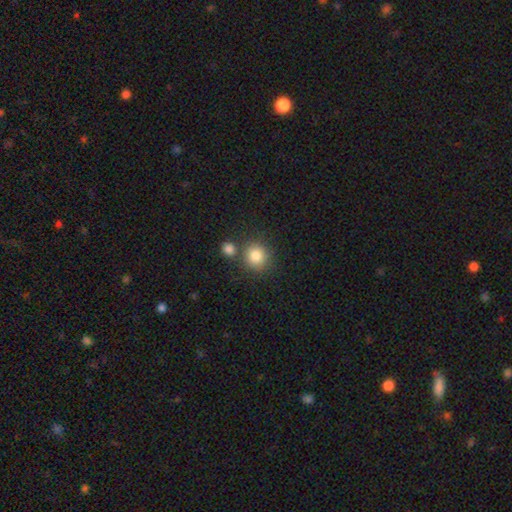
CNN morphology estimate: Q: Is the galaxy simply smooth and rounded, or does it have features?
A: smooth — 84%.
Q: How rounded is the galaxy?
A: round — 89%.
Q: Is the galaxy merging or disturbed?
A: none — 71%.